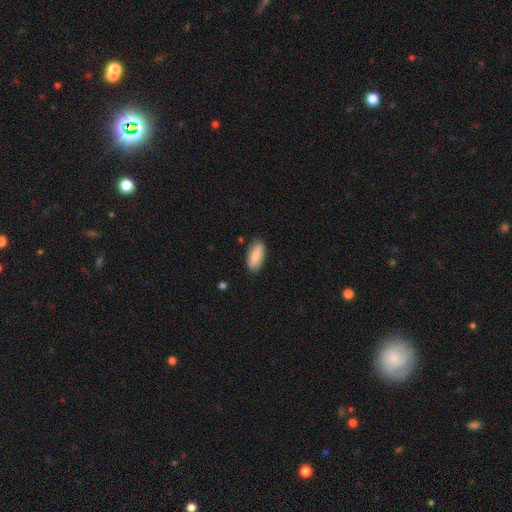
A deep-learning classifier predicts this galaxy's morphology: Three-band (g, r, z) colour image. It shows a smooth galaxy with no disk features (81%) that is in between round and cigar-shaped (79%). Merging: none (84%).